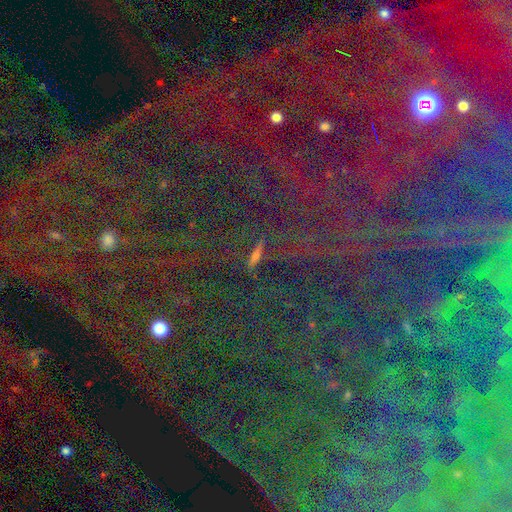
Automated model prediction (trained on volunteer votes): smooth-or-featured: star or artifact: 54% | featured or disk: 23% | smooth: 23%